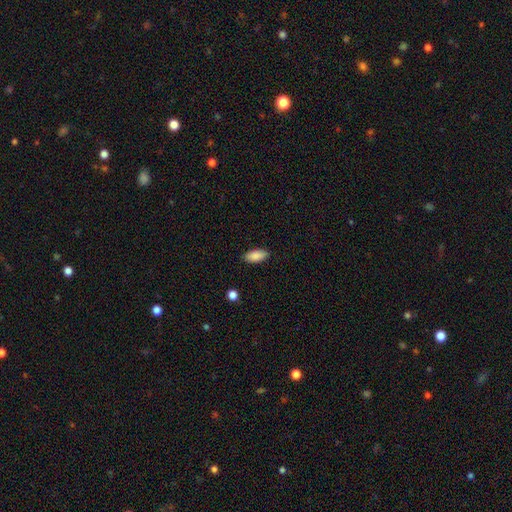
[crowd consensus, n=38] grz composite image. It shows a smooth galaxy with no disk features (84%) that is in between round and cigar-shaped (91%). Merging: none (86%).